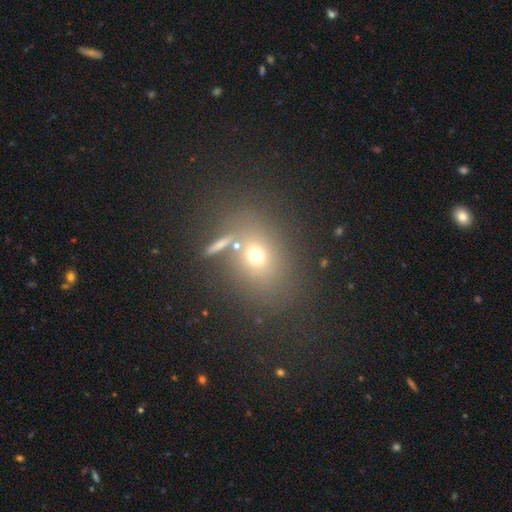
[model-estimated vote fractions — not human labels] This is likely a smooth galaxy (65%). How rounded: possibly round (56%). Merging: likely none (67%).